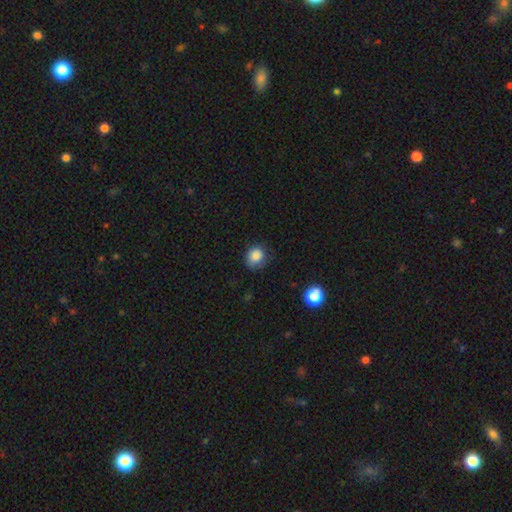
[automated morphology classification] This appears to be a smooth galaxy with no disk features (84%) that is round (78%). Merging: none (67%).